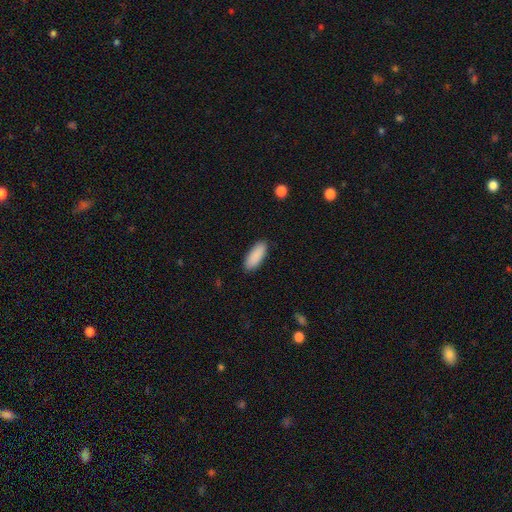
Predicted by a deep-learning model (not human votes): Smooth or featured? Predicted: smooth (p=0.90). How rounded? Predicted: in between (p=0.75). Merging? Predicted: none (p=0.89).